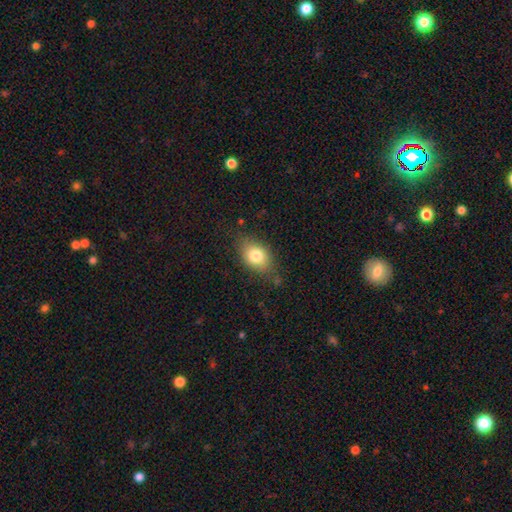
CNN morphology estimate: smooth 79%, featured or disk 13%, star or artifact 9%. Down the decision tree: how rounded — in between (77%); merging — none (73%).